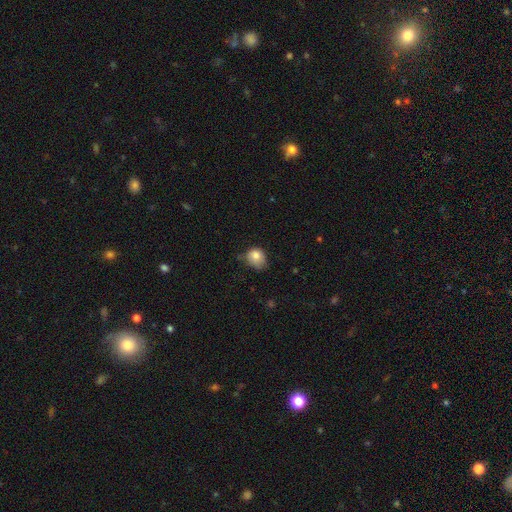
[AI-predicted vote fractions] A smooth galaxy with no disk features (80%) that is round (56%).

Vote fractions:
- Smooth or featured? smooth: 80% / featured or disk: 10% / star or artifact: 9%
- How rounded? round: 56% / in between: 43% / cigar-shaped: 1%
- Merging? minor disturbance: 42% (tied) / none: 42% (tied) / major disturbance: 13% / merger: 3%